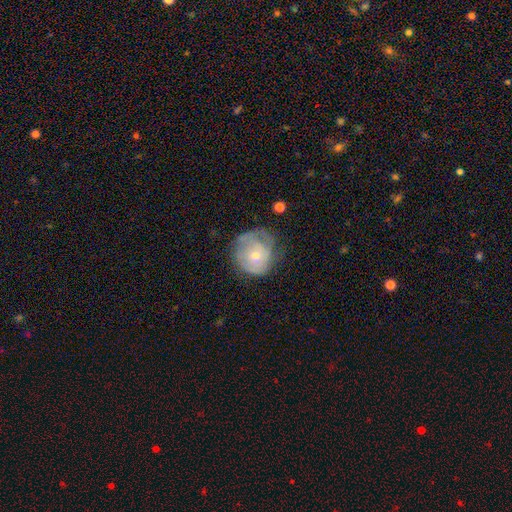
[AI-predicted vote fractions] Q: Smooth or featured?
A: featured or disk (47%); runner-up: smooth (45%)
Q: Merging?
A: none (46%); runner-up: minor disturbance (31%)